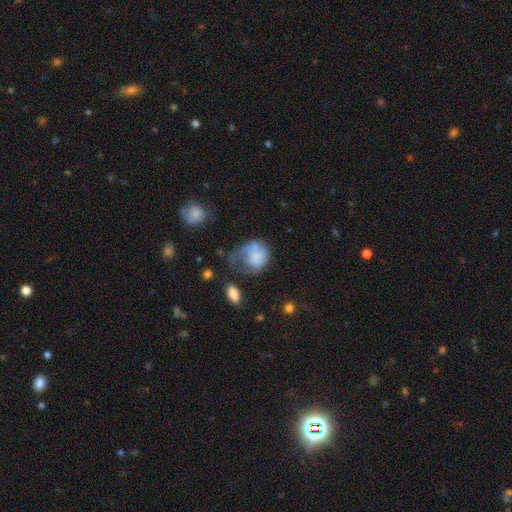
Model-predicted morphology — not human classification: This appears to be a smooth galaxy with no disk features (64%) that is round (54%). Merging: major disturbance (51%).